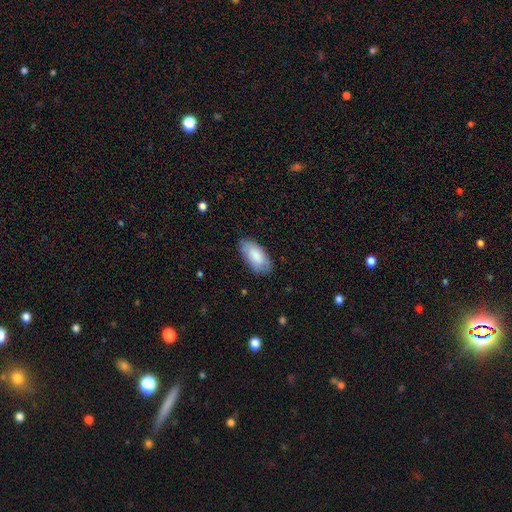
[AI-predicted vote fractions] A smooth galaxy with no disk features (82%) that is in between round and cigar-shaped (94%). Merging: none (79%).